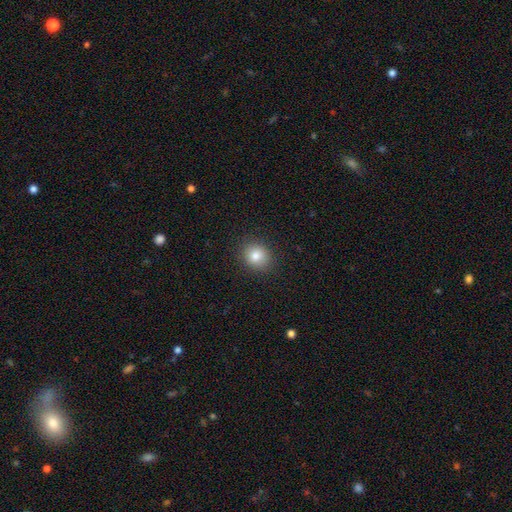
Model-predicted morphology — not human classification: A smooth galaxy with no disk features (82%) that is round (77%).

Vote fractions:
- Smooth or featured? smooth: 82% / star or artifact: 11% / featured or disk: 7%
- How rounded? round: 77% / in between: 22% / cigar-shaped: 1%
- Merging? none: 89% / minor disturbance: 8% / major disturbance: 2% / merger: 1%